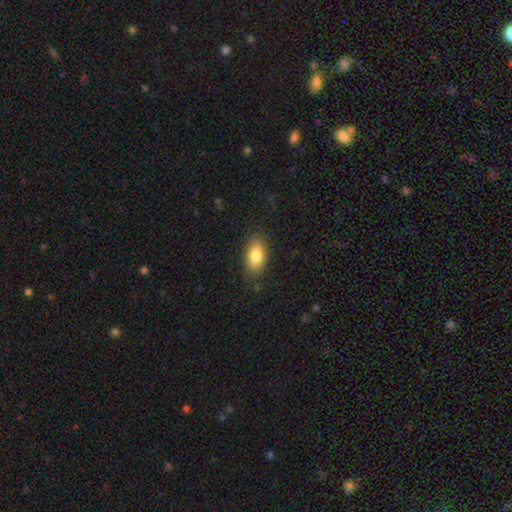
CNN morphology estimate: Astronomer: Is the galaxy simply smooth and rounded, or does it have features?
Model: smooth — 84%.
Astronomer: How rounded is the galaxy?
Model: in between — 91%.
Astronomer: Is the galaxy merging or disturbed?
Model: none — 84%.